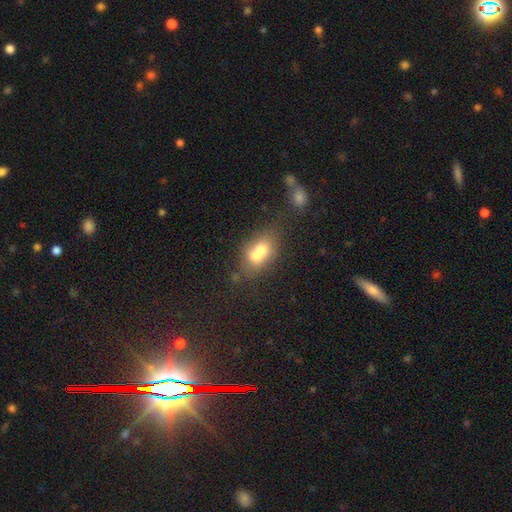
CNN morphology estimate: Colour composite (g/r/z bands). It shows a smooth galaxy with no disk features (63%) that is in between round and cigar-shaped (63%). Merging: merger (63%).